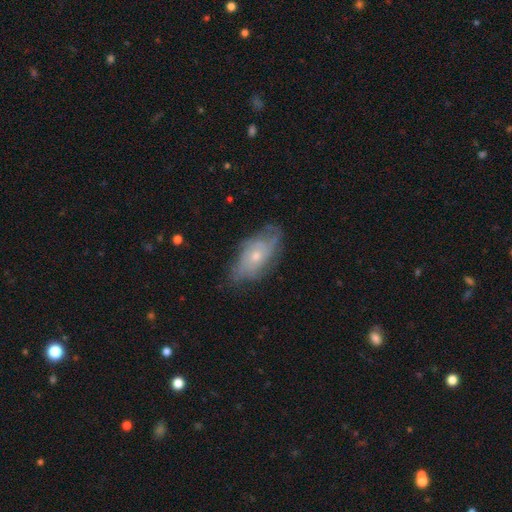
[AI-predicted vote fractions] This appears to be a featured or disk galaxy (65%) with no bar (81%), spiral arms (79%) and a small central bulge (48%). Merging: none (63%).